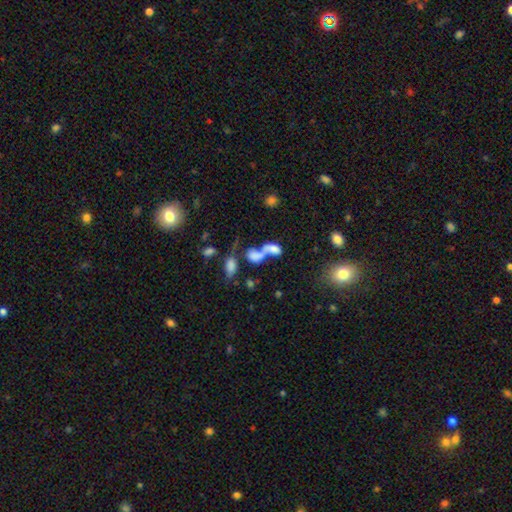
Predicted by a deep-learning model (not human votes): A smooth galaxy with no disk features (62%) that is in between round and cigar-shaped (76%). Merging: merger (66%).